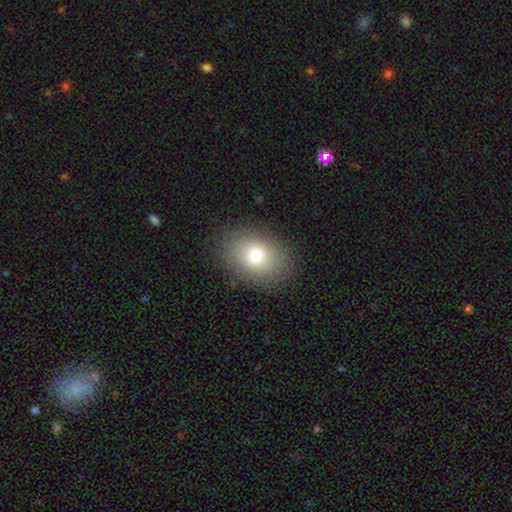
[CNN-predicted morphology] Smooth or featured: smooth — 76% (featured or disk — 13%)
How rounded: in between — 69% (round — 30%)
Merging: none — 86% (minor disturbance — 9%)